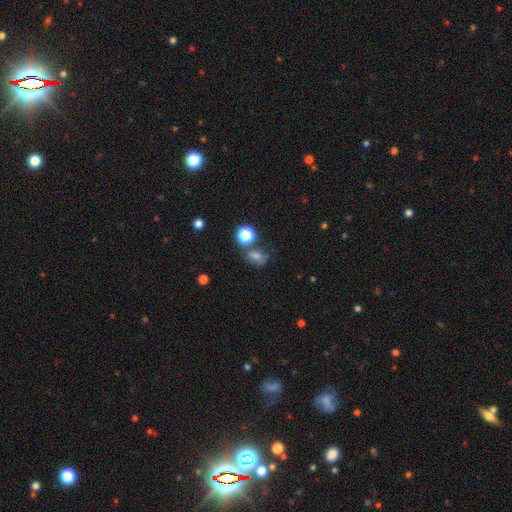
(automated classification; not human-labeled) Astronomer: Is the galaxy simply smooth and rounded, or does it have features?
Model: smooth — 62%.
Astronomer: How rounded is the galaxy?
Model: in between — 56% (runner-up: round, 42%).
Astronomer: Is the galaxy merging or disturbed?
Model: none — 53%.